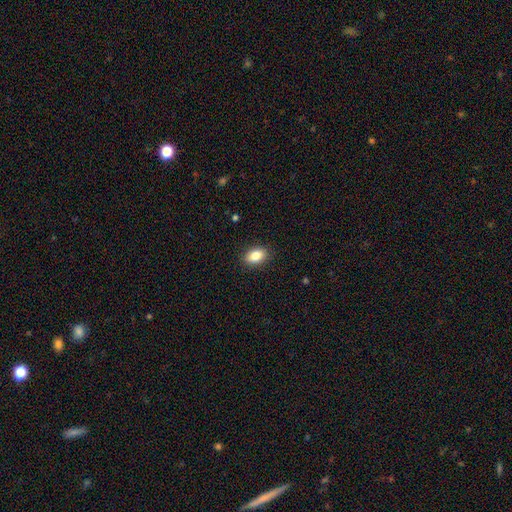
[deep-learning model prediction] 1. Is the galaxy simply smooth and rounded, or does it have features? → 85% smooth, 8% star or artifact, 7% featured or disk.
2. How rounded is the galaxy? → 87% in between, 11% round, 2% cigar-shaped.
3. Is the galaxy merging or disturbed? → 89% none, 8% minor disturbance, 2% major disturbance, 1% merger.